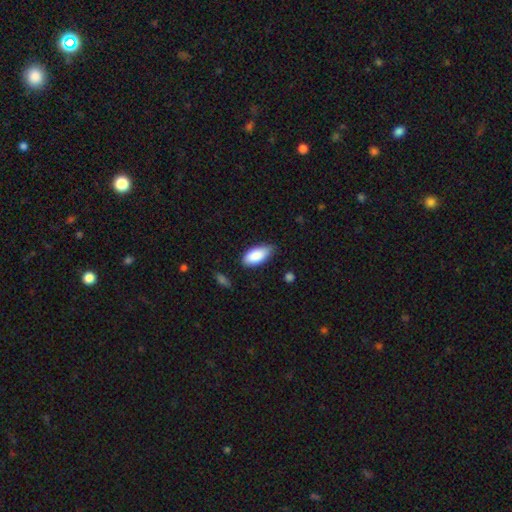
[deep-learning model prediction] Q: Smooth or featured?
A: smooth (88%); runner-up: star or artifact (6%)
Q: How rounded?
A: in between (92%); runner-up: cigar-shaped (6%)
Q: Merging?
A: none (68%); runner-up: minor disturbance (27%)